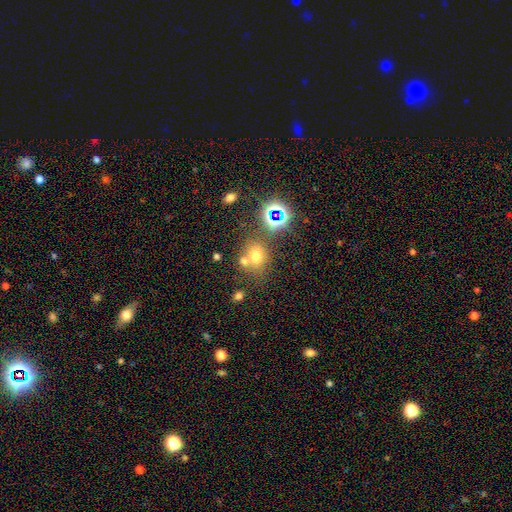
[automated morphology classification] This appears to be a smooth galaxy with no disk features (63%) that is round (61%). Merging: none (55%).